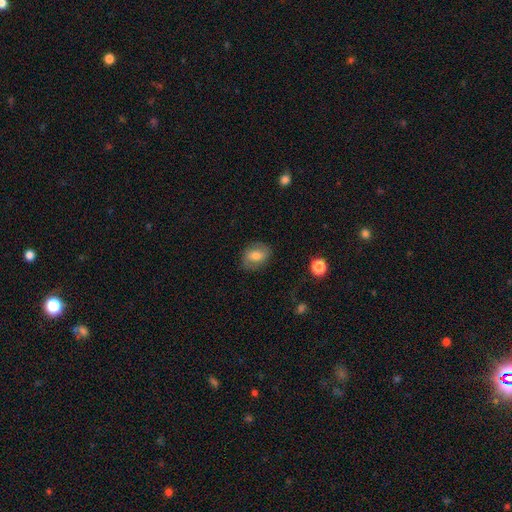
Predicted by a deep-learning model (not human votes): A smooth galaxy with no disk features (64%) that is in between round and cigar-shaped (65%).

Vote fractions:
- Smooth or featured? smooth: 64% / featured or disk: 28% / star or artifact: 9%
- How rounded? in between: 65% / round: 34% / cigar-shaped: 2%
- Merging? none: 79% / minor disturbance: 15% / major disturbance: 5% / merger: 1%